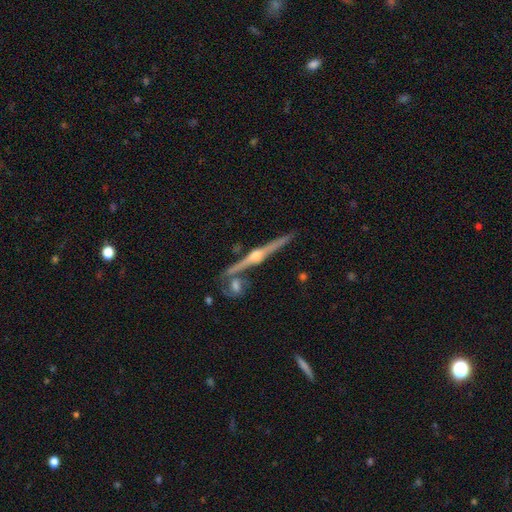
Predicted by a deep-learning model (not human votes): This appears to be a featured or disk galaxy (87%) viewed edge-on (98%) with a rounded central bulge (92%). Merging: none (81%).